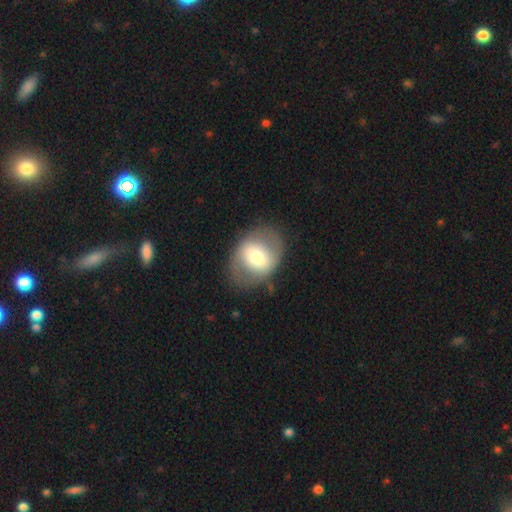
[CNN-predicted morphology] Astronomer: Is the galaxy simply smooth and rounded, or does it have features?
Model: smooth — 51% (runner-up: featured or disk, 42%).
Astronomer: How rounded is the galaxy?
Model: in between — 64%.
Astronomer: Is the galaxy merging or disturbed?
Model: none — 77%.